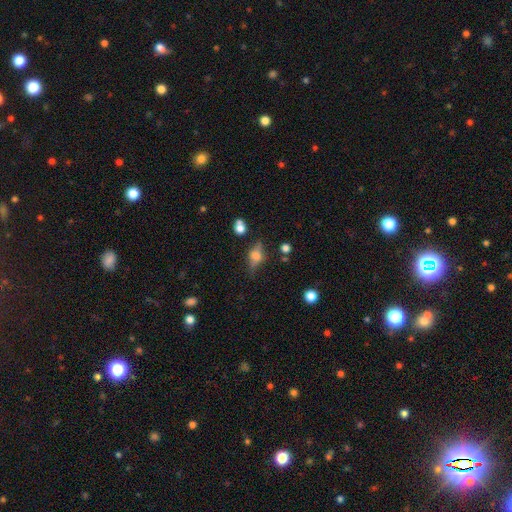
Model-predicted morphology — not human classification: A featured or disk galaxy (46%).

Vote fractions:
- Smooth or featured? featured or disk: 46% / smooth: 43% / star or artifact: 11%
- Merging? none: 71% / minor disturbance: 18% / major disturbance: 7% / merger: 4%